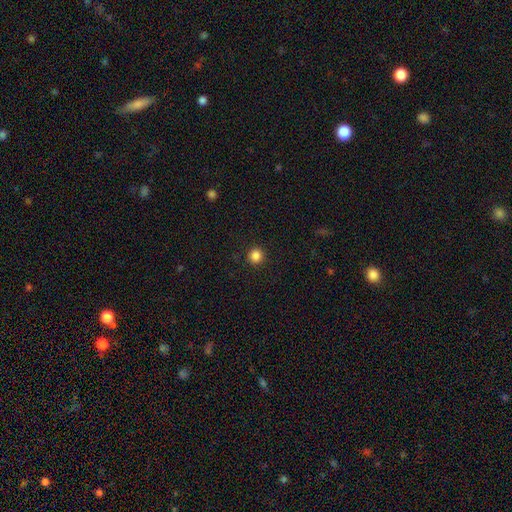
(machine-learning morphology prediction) A smooth galaxy with no disk features (85%) that is round (95%). Merging: none (93%).